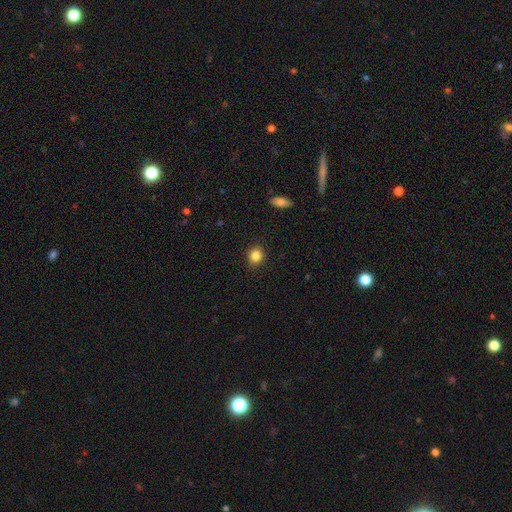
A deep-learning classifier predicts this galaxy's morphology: smooth 85%, star or artifact 11%, featured or disk 5%. Down the decision tree: how rounded — round (81%); merging — none (89%).